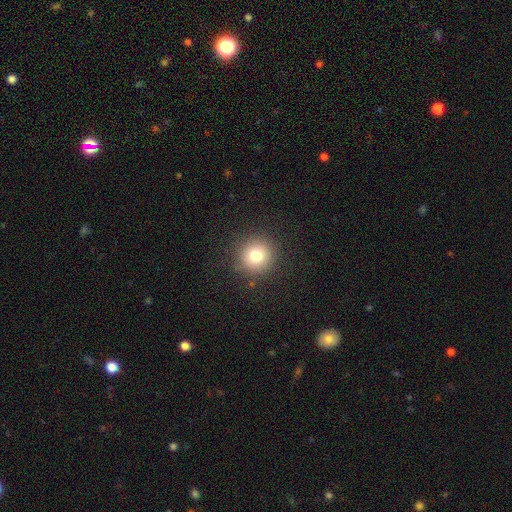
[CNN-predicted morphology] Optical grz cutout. It shows a smooth galaxy with no disk features (78%) that is round (94%). Merging: none (89%).